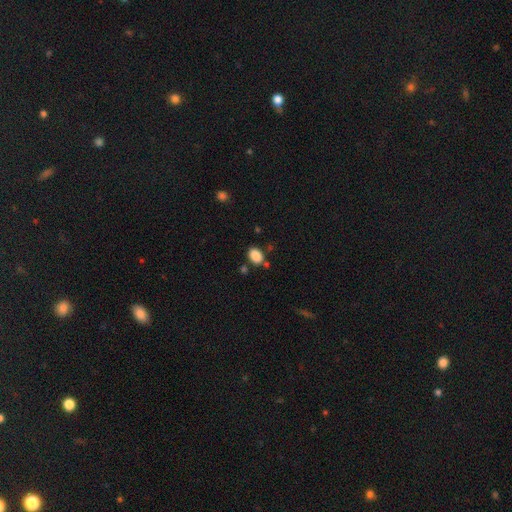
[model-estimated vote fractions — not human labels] This appears to be a smooth galaxy with no disk features (87%) that is in between round and cigar-shaped (77%). Merging: none (75%).